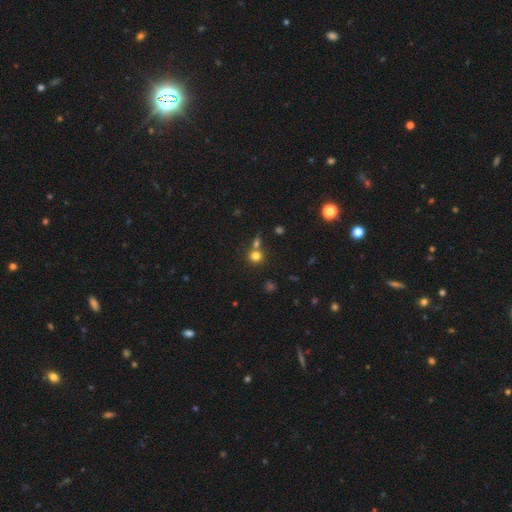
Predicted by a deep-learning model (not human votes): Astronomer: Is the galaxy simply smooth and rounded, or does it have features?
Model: smooth — 76%.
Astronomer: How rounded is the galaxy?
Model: round — 88%.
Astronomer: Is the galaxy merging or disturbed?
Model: none — 60%.